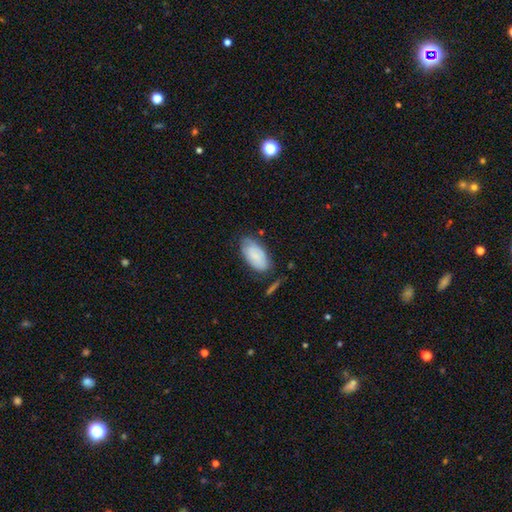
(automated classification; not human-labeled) This is likely a smooth galaxy (73%). How rounded: clearly in between (94%). Merging: likely none (63%).